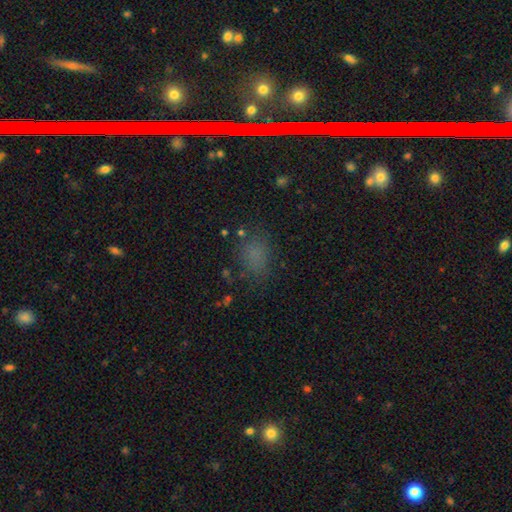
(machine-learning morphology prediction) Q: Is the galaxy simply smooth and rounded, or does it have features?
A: smooth — 73%.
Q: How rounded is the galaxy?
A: in between — 68%.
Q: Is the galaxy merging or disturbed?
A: none — 70%.